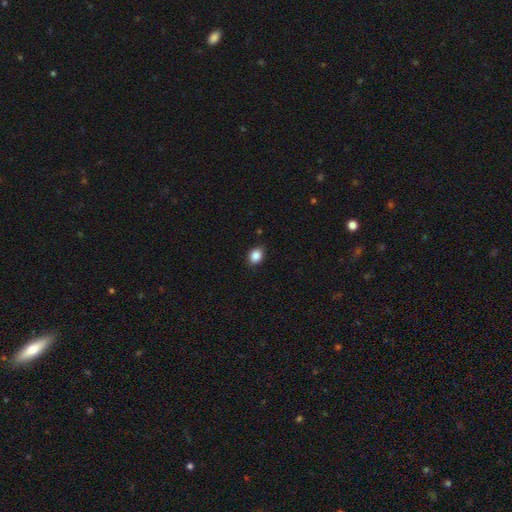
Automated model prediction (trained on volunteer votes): A smooth galaxy with no disk features (87%) that is in between round and cigar-shaped (59%). Merging: none (87%).